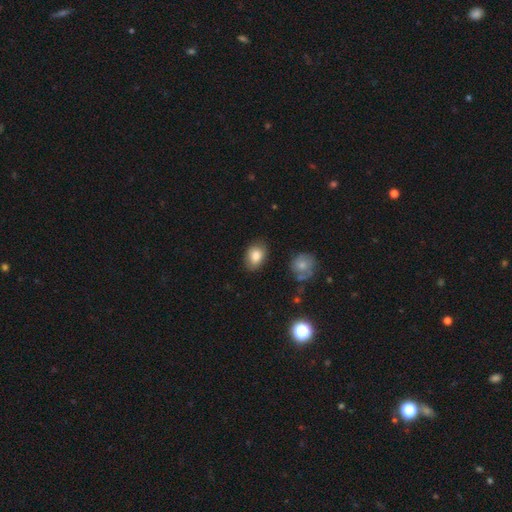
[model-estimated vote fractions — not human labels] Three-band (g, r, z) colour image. It shows a smooth galaxy with no disk features (84%) that is in between round and cigar-shaped (80%). Merging: none (79%).